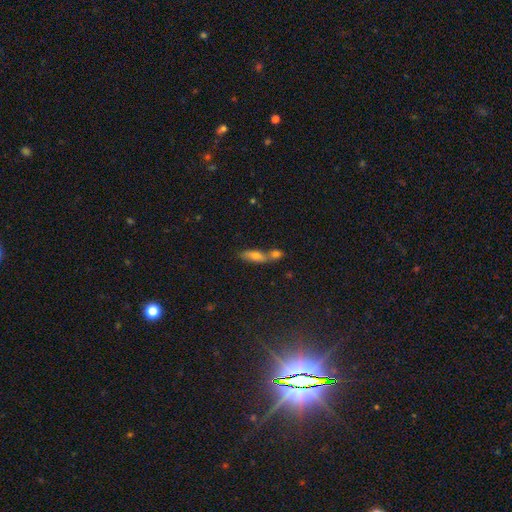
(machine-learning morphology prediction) smooth 64%, featured or disk 24%, star or artifact 12%. Down the decision tree: how rounded — in between (58%); merging — merger (54%).